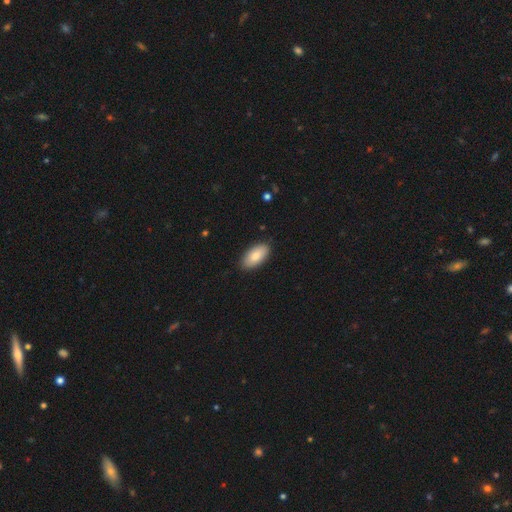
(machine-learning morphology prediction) This appears to be a smooth galaxy with no disk features (83%) that is in between round and cigar-shaped (94%). Merging: none (87%).